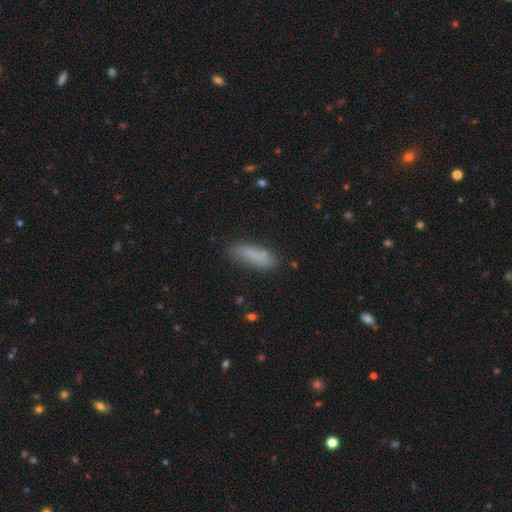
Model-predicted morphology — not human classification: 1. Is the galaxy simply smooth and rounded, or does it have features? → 79% smooth, 13% featured or disk, 8% star or artifact.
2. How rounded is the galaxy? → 55% cigar-shaped, 43% in between, 2% round.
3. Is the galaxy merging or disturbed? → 75% none, 17% minor disturbance, 5% major disturbance, 3% merger.